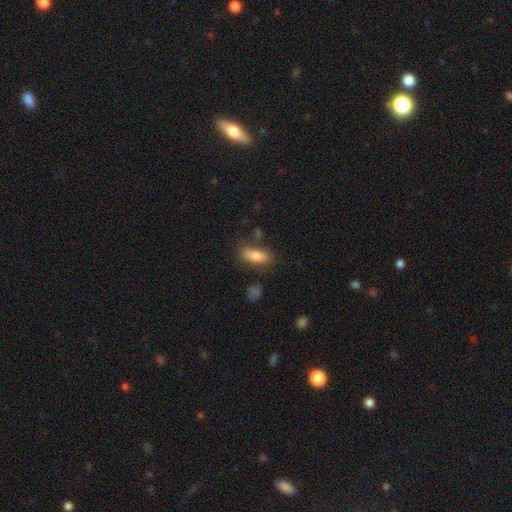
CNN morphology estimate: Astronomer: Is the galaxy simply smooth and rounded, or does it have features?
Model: smooth — 80%.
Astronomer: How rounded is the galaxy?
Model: in between — 77%.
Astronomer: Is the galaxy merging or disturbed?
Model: none — 76%.